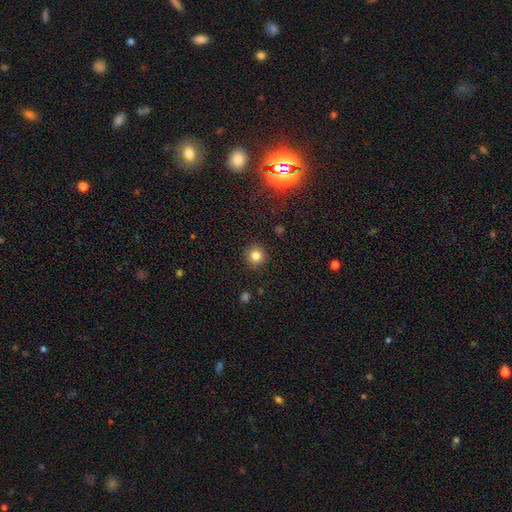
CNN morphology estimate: Smooth or featured?
  - smooth: 82% *
  - star or artifact: 13%
  - featured or disk: 5%
How rounded?
  - round: 94% *
  - in between: 5%
  - cigar-shaped: 1%
Merging?
  - none: 91% *
  - minor disturbance: 6%
  - major disturbance: 2%
  - merger: 1%